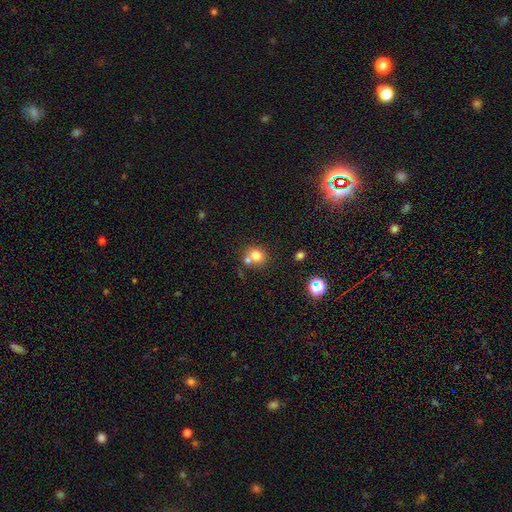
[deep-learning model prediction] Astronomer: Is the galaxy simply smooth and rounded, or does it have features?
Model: smooth — 75%.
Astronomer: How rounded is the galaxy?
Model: round — 70%.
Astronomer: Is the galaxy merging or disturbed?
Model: none — 47% (runner-up: merger, 39%).